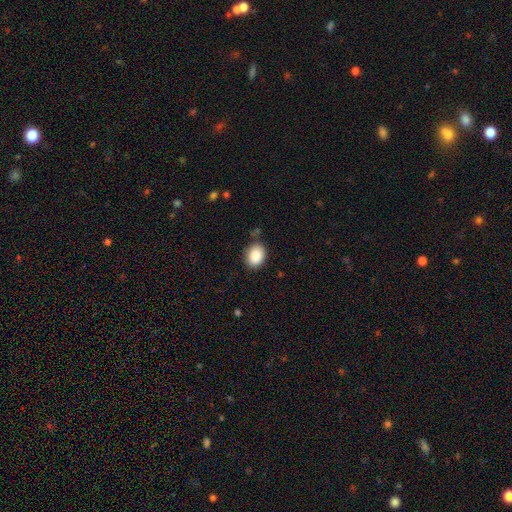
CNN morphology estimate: This appears to be a smooth galaxy with no disk features (87%) that is in between round and cigar-shaped (63%). Merging: none (82%).